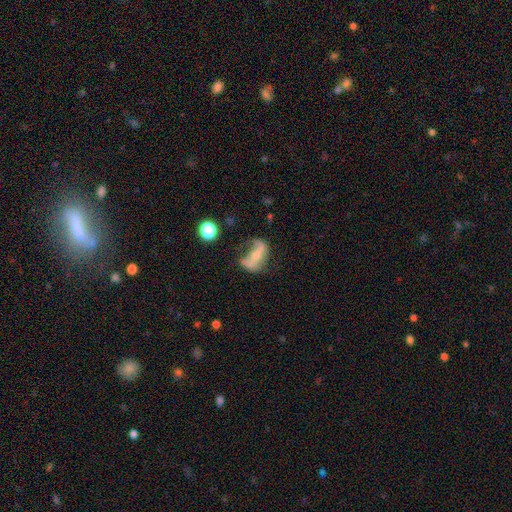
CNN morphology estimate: Smooth or featured? featured or disk (60%)
Edge-on disk? no (92%)
Bar? no (43%)
Spiral arms? yes (57%)
Bulge size? small (50%)
Merging? major disturbance (34%)